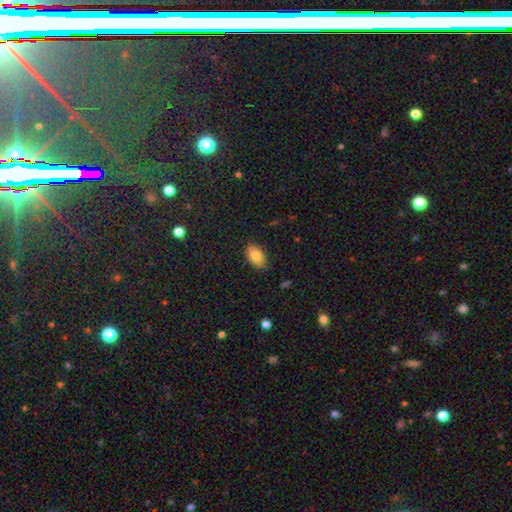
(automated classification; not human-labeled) Morphology: type=smooth (82%); roundness=in between (91%); merging=none (84%).